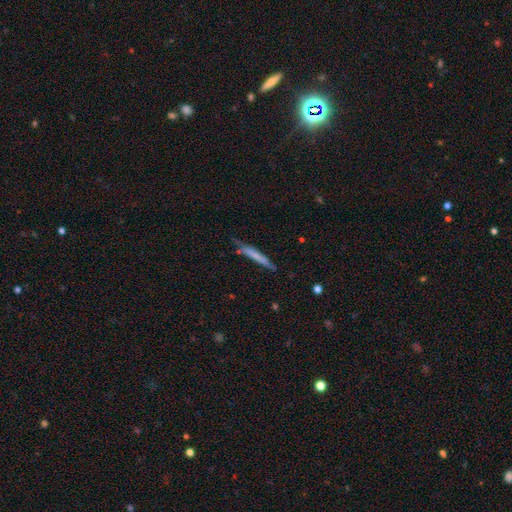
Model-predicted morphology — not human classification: Overall: smooth (61%; featured or disk 33%). How rounded: cigar-shaped (95%). Merging: none (67%).